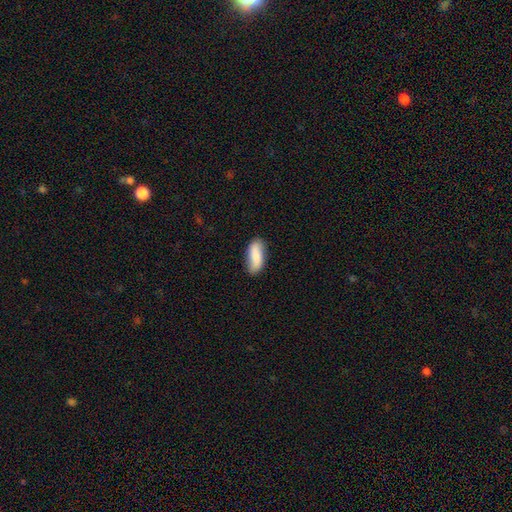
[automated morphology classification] Q: Smooth or featured?
A: smooth (79%); runner-up: featured or disk (16%)
Q: How rounded?
A: in between (79%); runner-up: cigar-shaped (18%)
Q: Merging?
A: none (80%); runner-up: minor disturbance (16%)